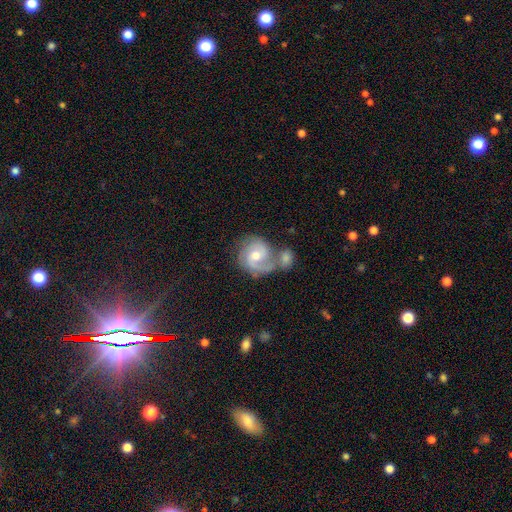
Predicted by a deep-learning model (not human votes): This is likely a featured or disk galaxy (75%). It is clearly not viewed edge-on (98%). Bar: possibly no (52%). Spiral arm pattern: clearly yes (93%). Spiral arm count: likely 2 (67%). Spiral winding: possibly medium (45%). Central bulge: likely moderate (66%). Merging: marginally merger (40%).